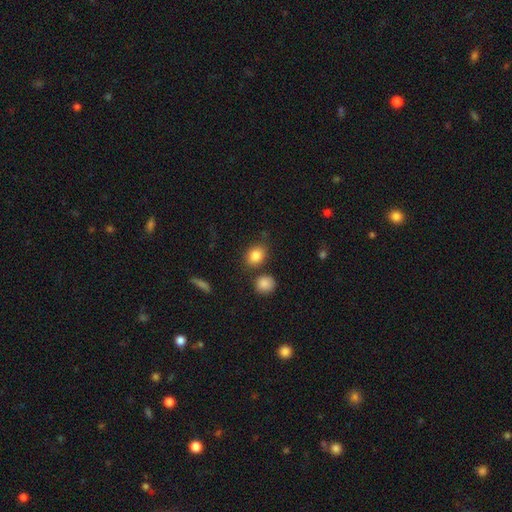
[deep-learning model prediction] Q: Smooth or featured?
A: smooth (85%); runner-up: star or artifact (9%)
Q: How rounded?
A: in between (55%); runner-up: round (44%)
Q: Merging?
A: none (74%); runner-up: minor disturbance (12%)